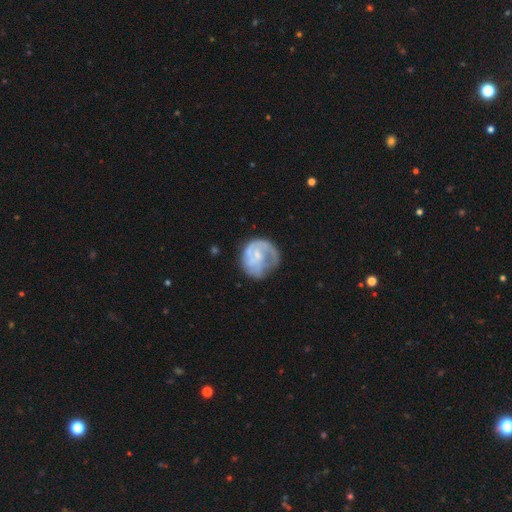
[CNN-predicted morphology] Overall: featured or disk (63%; smooth 31%). Edge-on disk: no (98%). Bar: no (67%; weak 28%). Spiral arms: yes (68%; no 32%). Bulge size: small (48%; moderate 27%). Merging: none (47%; minor disturbance 25%).